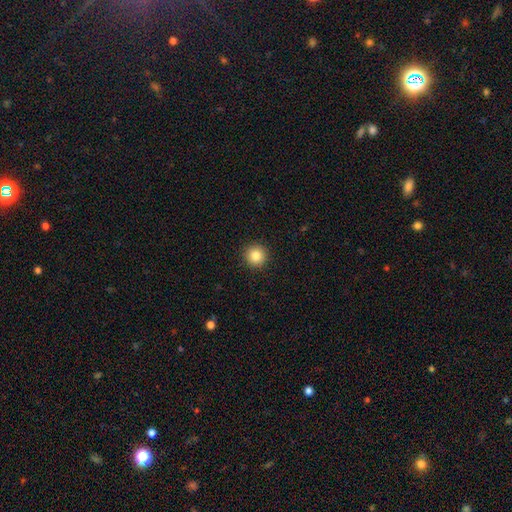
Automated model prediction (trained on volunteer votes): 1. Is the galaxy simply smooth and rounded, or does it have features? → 85% smooth, 10% star or artifact, 5% featured or disk.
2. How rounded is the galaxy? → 95% round, 4% in between, 1% cigar-shaped.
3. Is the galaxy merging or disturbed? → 93% none, 5% minor disturbance, 2% major disturbance, 1% merger.